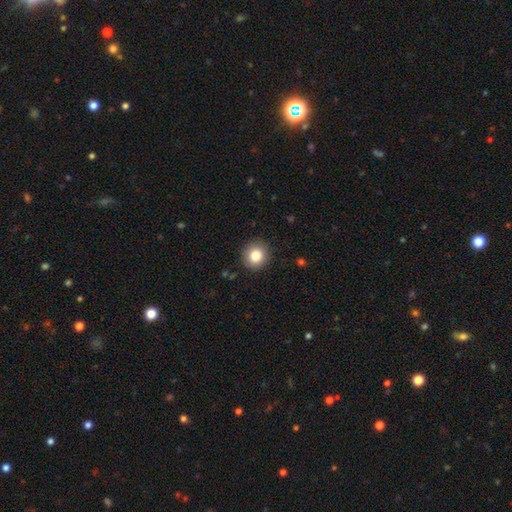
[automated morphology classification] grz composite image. It shows a smooth galaxy with no disk features (83%) that is round (89%). Merging: none (90%).